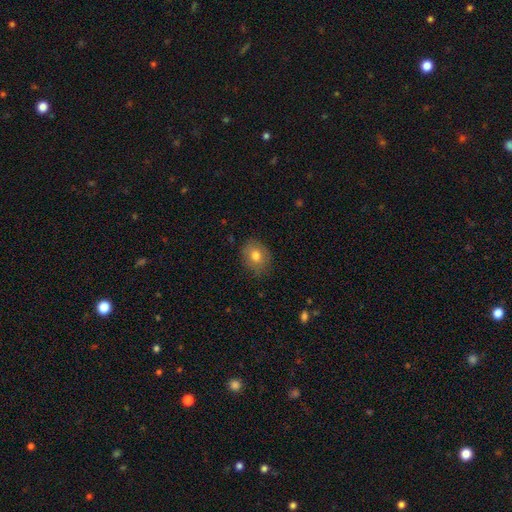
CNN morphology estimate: Q: Smooth or featured?
A: smooth (76%); runner-up: featured or disk (15%)
Q: How rounded?
A: round (58%); runner-up: in between (41%)
Q: Merging?
A: none (80%); runner-up: minor disturbance (16%)